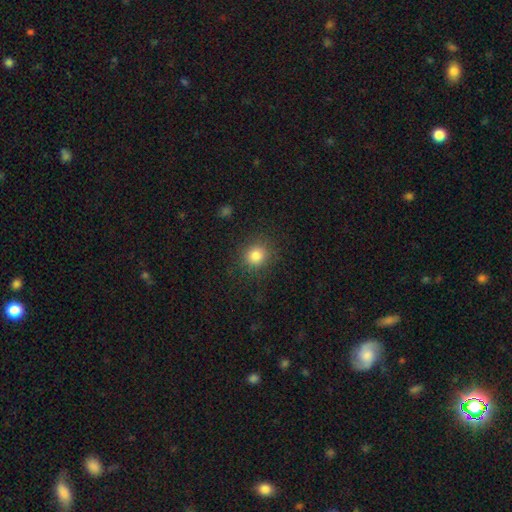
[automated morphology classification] smooth-or-featured: smooth: 82% | star or artifact: 13% | featured or disk: 6%
  how-rounded: round: 88% | in between: 11% | cigar-shaped: 1%
  merging: none: 86% | minor disturbance: 9% | major disturbance: 4% | merger: 1%